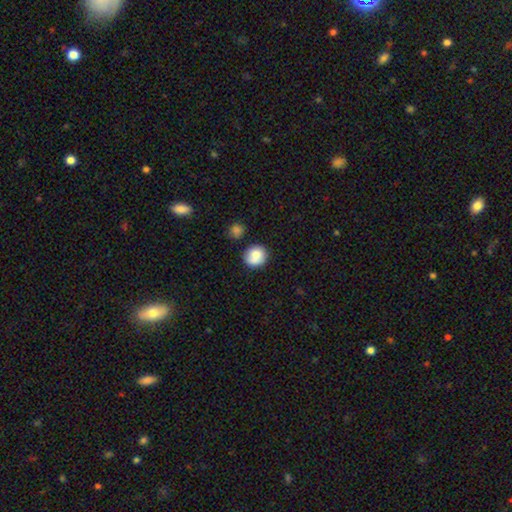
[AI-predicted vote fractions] smooth_or_featured: smooth (p=0.82) [alt: featured or disk p=0.10]
how_rounded: round (p=0.86) [alt: in between p=0.13]
merging: none (p=0.71) [alt: minor disturbance p=0.16]